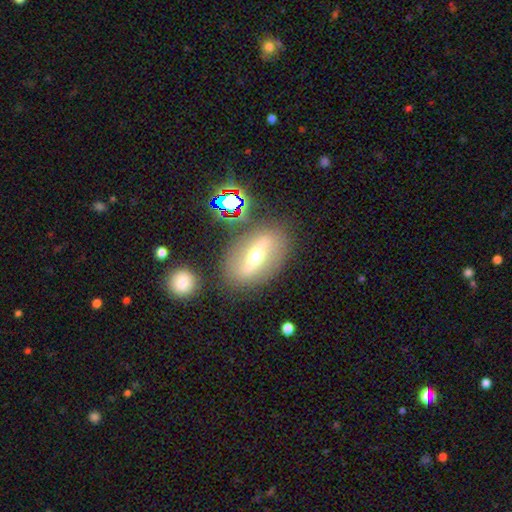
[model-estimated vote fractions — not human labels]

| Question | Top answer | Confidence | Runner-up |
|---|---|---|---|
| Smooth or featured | featured or disk | 58% | smooth (31%) |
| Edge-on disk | no | 70% | yes (30%) |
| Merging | none | 79% | minor disturbance (12%) |